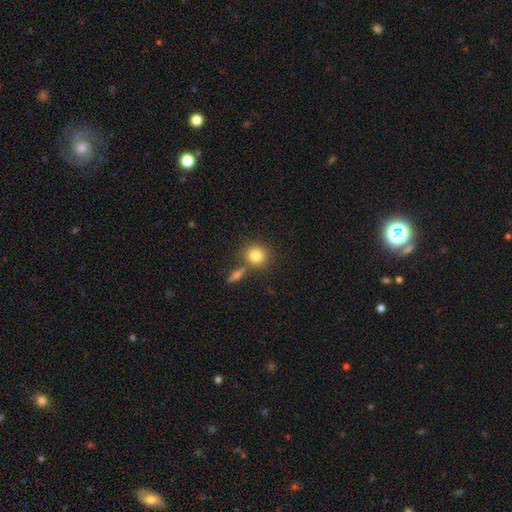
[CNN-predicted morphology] A smooth galaxy with no disk features (82%) that is round (84%).

Vote fractions:
- Smooth or featured? smooth: 82% / star or artifact: 10% / featured or disk: 9%
- How rounded? round: 84% / in between: 15% / cigar-shaped: 1%
- Merging? none: 69% / merger: 18% / minor disturbance: 10% / major disturbance: 3%